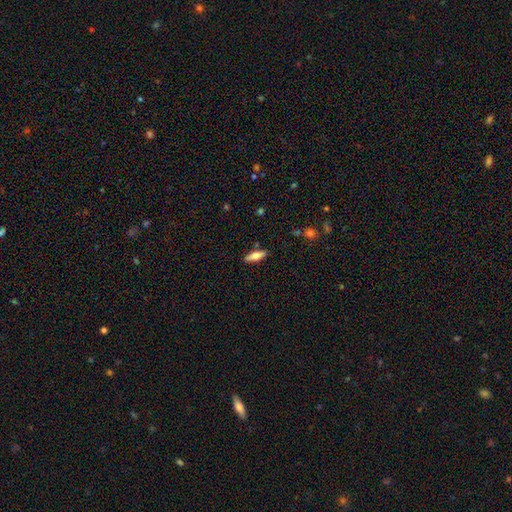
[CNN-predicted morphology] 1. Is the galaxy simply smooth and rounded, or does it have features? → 62% smooth, 31% featured or disk, 7% star or artifact.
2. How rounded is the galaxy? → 49% in between, 48% cigar-shaped, 2% round.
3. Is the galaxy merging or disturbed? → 87% none, 9% minor disturbance, 2% major disturbance, 2% merger.